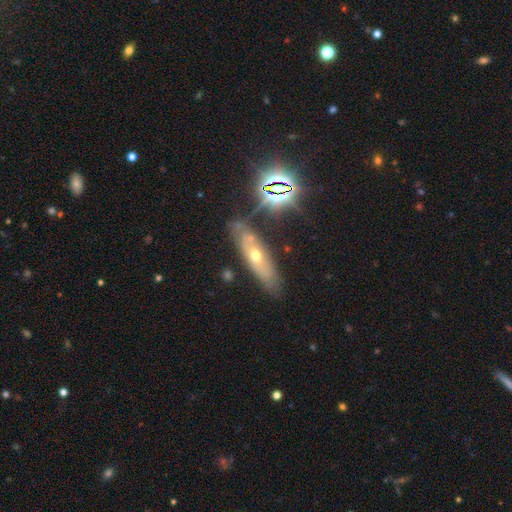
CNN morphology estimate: The model was most divided on "edge-on disk": no: 56%, yes: 44%. More confident: merging — none (75%); smooth or featured — featured or disk (51%).